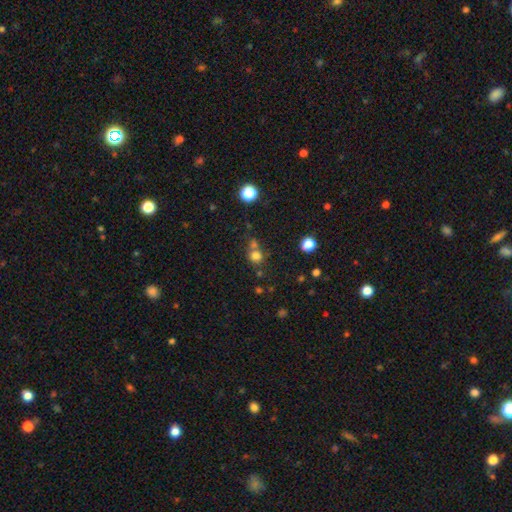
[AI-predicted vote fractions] smooth 75%, star or artifact 17%, featured or disk 8%. Down the decision tree: how rounded — round (86%); merging — none (53%).